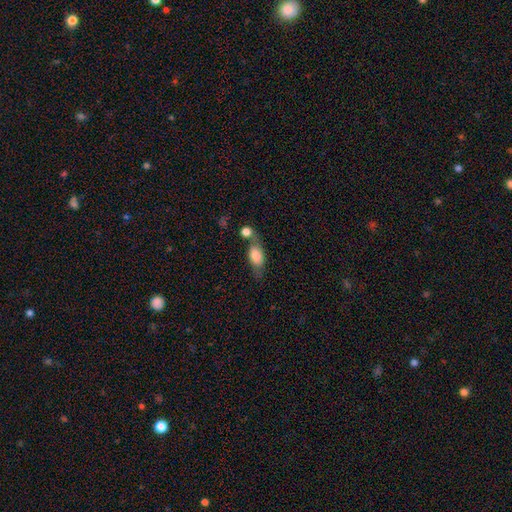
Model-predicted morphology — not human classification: The model was most divided on "merging": merger: 40%, none: 35%, minor disturbance: 15%, major disturbance: 9%. More confident: how rounded — in between (82%); smooth or featured — smooth (72%).